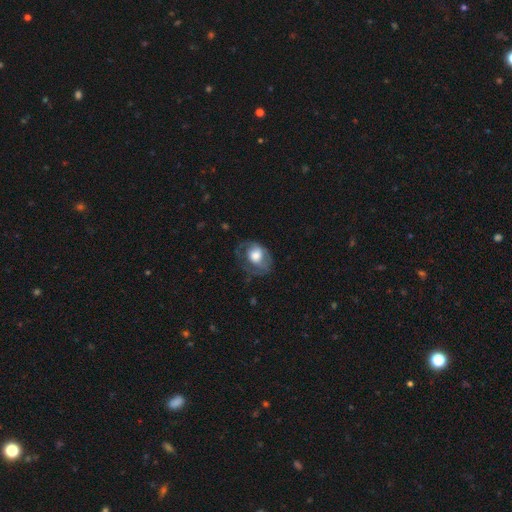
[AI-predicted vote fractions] This is possibly a featured or disk galaxy (48%). Merging: marginally none (44%).